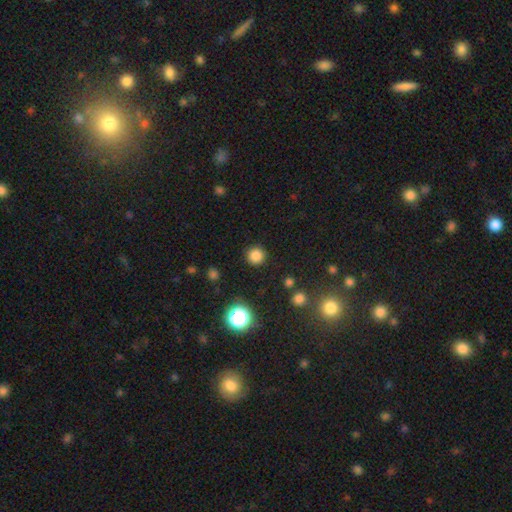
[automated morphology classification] smooth 82%, star or artifact 14%, featured or disk 4%. Down the decision tree: how rounded — round (95%); merging — none (91%).